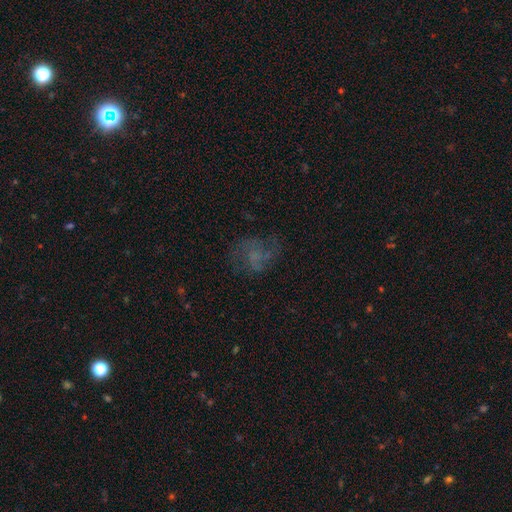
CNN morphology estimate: Smooth or featured: featured or disk — 47% (smooth — 34%)
Merging: none — 57% (major disturbance — 22%)